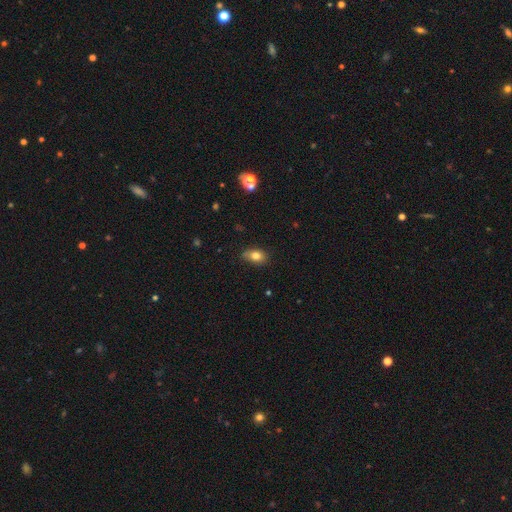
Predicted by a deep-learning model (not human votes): Smooth or featured: smooth — 81% (star or artifact — 10%)
How rounded: in between — 79% (round — 19%)
Merging: none — 71% (minor disturbance — 23%)